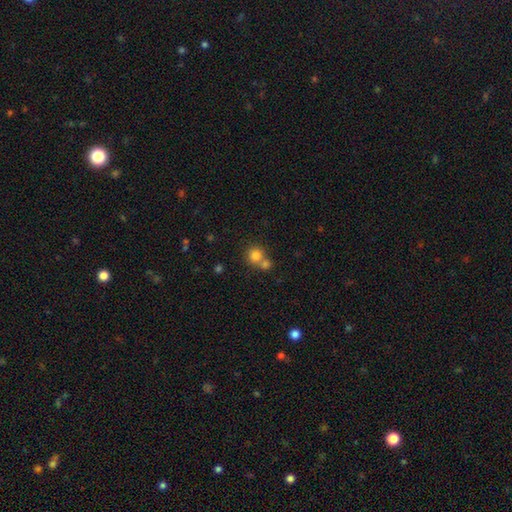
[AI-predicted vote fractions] The model was most divided on "merging": none: 50%, merger: 41%, minor disturbance: 6%, major disturbance: 3%. More confident: how rounded — round (89%); smooth or featured — smooth (81%).